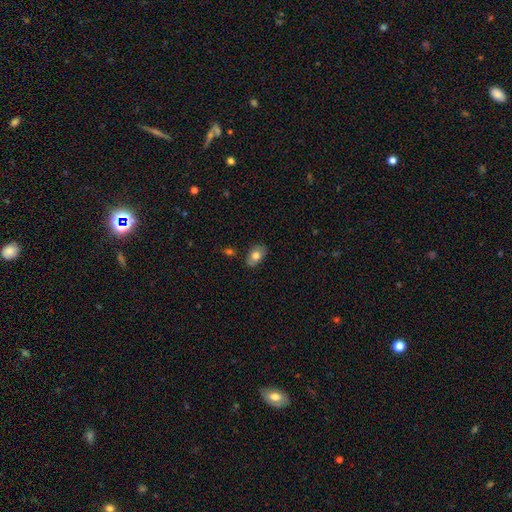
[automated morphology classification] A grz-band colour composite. It shows a smooth galaxy with no disk features (75%) that is in between round and cigar-shaped (87%). Merging: none (80%).